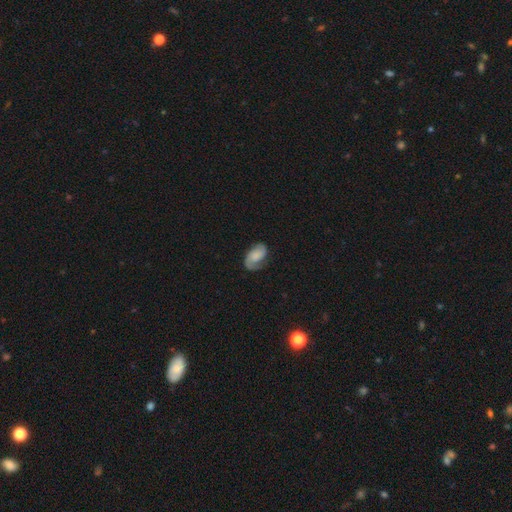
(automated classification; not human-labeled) A featured or disk galaxy (60%) with no bar (65%), 2 (69%) medium (42%) spiral arms (92%) and no central bulge (37%).

Vote fractions:
- Smooth or featured? featured or disk: 60% / smooth: 32% / star or artifact: 8%
- Edge-on disk? no: 97% / yes: 3%
- Bar? no: 65% / weak: 29% / strong: 7%
- Spiral arms? yes: 92% / no: 8%
- Spiral winding? medium: 42% / tight: 30% / loose: 29%
- Spiral arm count? 2: 69% / 1: 22% / can't tell: 6% / 3: 1% / 4: 1% / more than 4: 1%
- Bulge size? none: 37% / small: 21% / moderate: 19% / large: 19% / dominant: 4%
- Merging? none: 63% / minor disturbance: 23% / major disturbance: 12% / merger: 2%